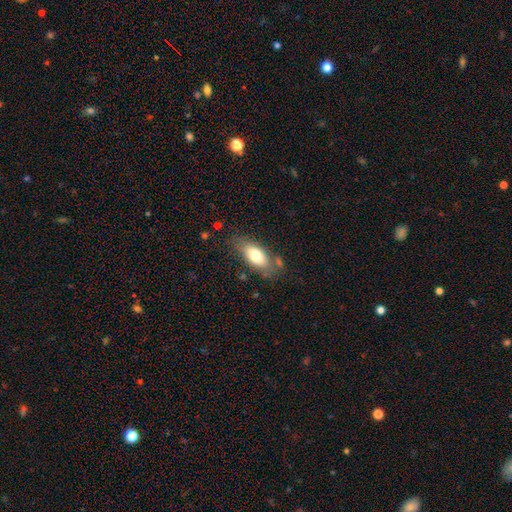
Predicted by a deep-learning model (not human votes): This is likely a smooth galaxy (72%). How rounded: clearly in between (85%). Merging: likely none (69%).